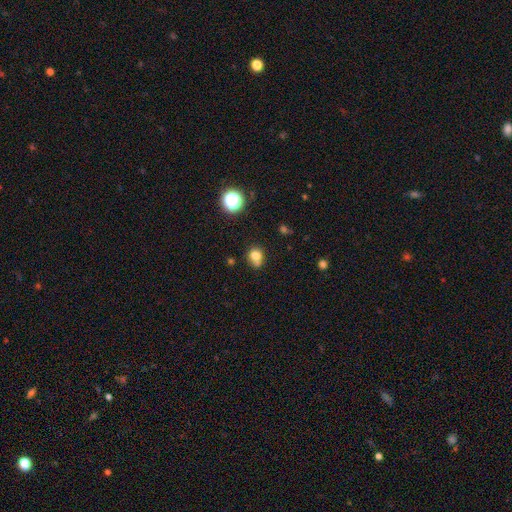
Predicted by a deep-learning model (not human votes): smooth 75%, star or artifact 15%, featured or disk 10%. Down the decision tree: how rounded — round (72%); merging — none (54%).